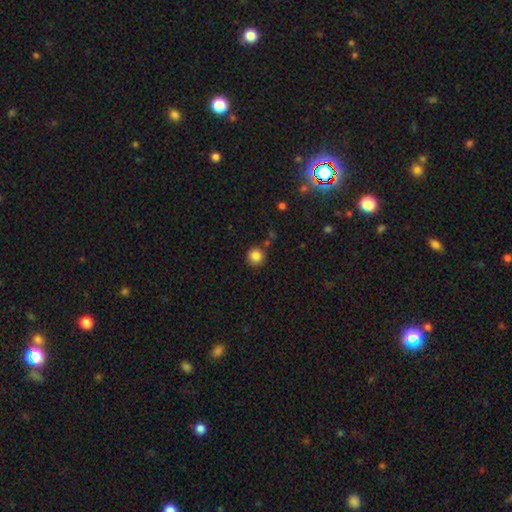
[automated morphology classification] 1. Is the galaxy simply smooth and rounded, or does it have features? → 85% smooth, 10% star or artifact, 5% featured or disk.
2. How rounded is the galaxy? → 93% round, 6% in between, 1% cigar-shaped.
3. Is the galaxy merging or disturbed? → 85% none, 8% minor disturbance, 4% merger, 2% major disturbance.